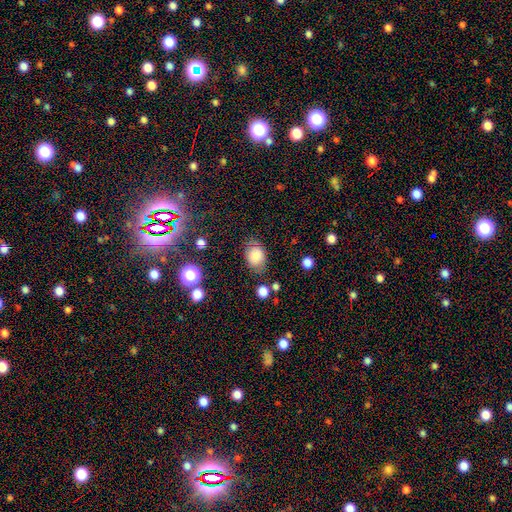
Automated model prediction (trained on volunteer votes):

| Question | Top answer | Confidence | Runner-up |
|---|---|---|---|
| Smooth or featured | smooth | 77% | featured or disk (13%) |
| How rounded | in between | 70% | round (28%) |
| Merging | none | 72% | minor disturbance (19%) |